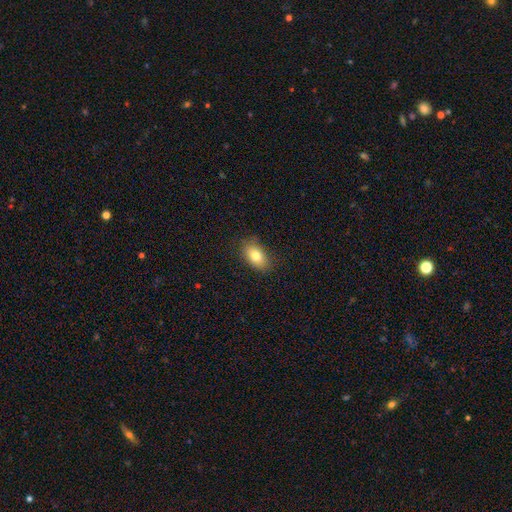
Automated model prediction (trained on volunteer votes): Smooth or featured? Predicted: smooth (p=0.80). How rounded? Predicted: in between (p=0.89). Merging? Predicted: none (p=0.83).